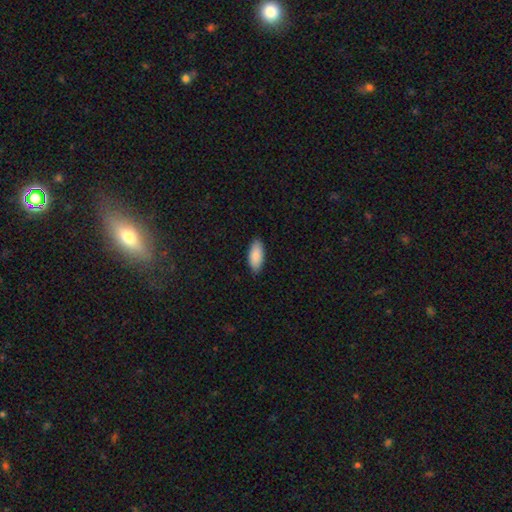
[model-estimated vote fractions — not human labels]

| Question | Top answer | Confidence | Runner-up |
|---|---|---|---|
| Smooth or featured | smooth | 88% | featured or disk (6%) |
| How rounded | in between | 87% | cigar-shaped (11%) |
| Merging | none | 87% | minor disturbance (10%) |